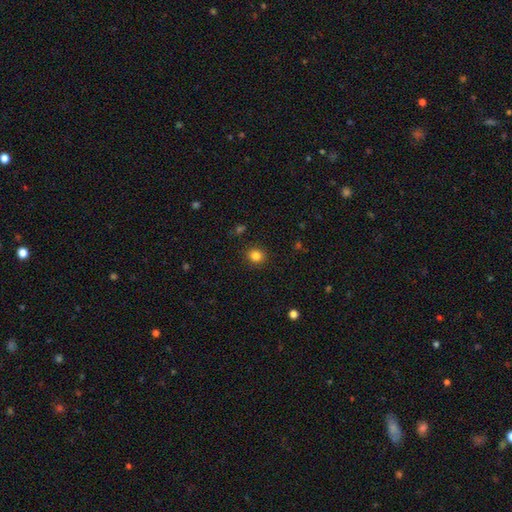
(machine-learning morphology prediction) A smooth galaxy with no disk features (83%) that is round (86%). Merging: none (91%).